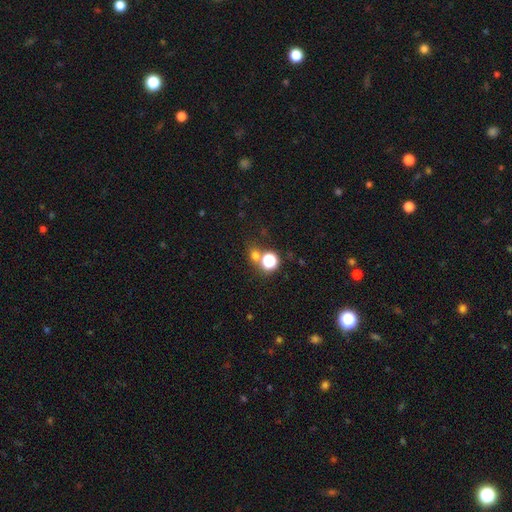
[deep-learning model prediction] Smooth or featured? Predicted: smooth (p=0.63). How rounded? Predicted: round (p=0.77). Merging? Predicted: none (p=0.63).